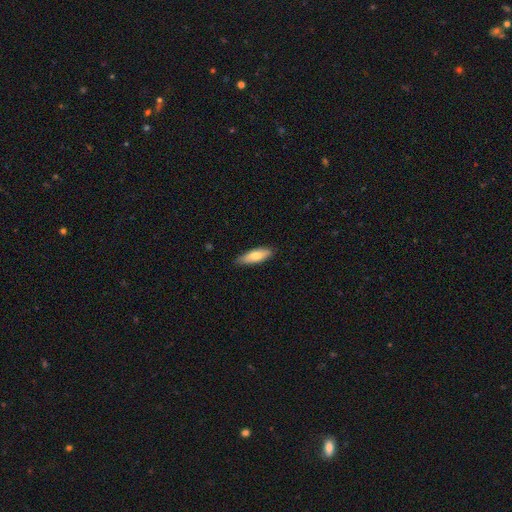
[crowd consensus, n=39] Smooth or featured? smooth (79%)
How rounded? cigar-shaped (55%)
Merging? none (81%)